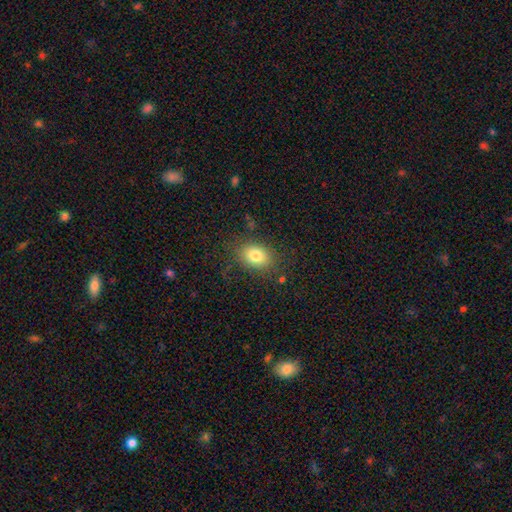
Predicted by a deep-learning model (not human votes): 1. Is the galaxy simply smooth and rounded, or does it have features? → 80% smooth, 10% star or artifact, 10% featured or disk.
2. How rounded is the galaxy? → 71% in between, 28% round, 1% cigar-shaped.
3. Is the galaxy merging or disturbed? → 81% none, 13% minor disturbance, 5% major disturbance, 2% merger.